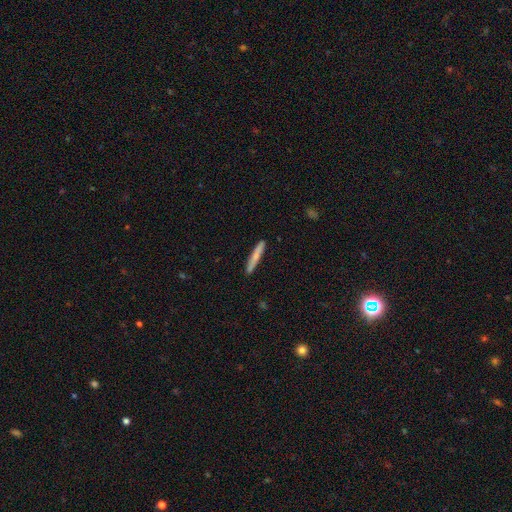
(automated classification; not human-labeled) This is likely a smooth galaxy (68%). How rounded: clearly cigar-shaped (95%). Merging: clearly none (89%).